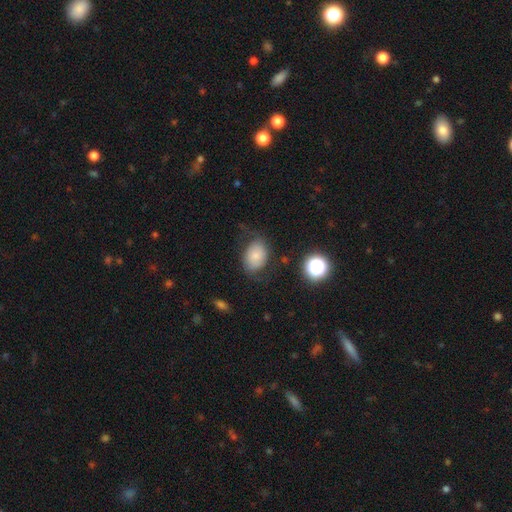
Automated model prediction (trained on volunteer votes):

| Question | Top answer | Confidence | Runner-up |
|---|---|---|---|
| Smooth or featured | smooth | 72% | featured or disk (18%) |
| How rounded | in between | 72% | round (27%) |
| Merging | none | 61% | minor disturbance (25%) |